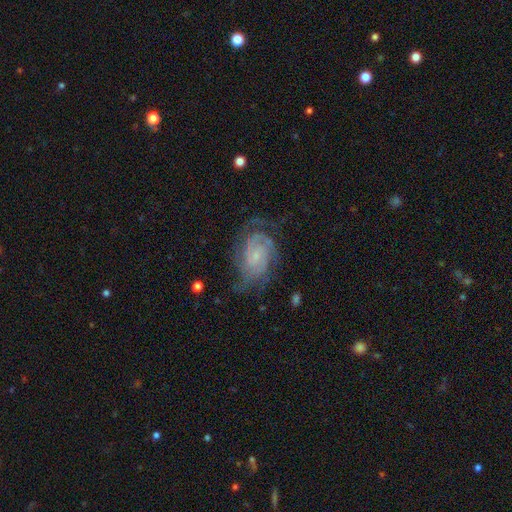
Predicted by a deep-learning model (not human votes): The model was most divided on "spiral arm count": 2: 42%, can't tell: 23%, 3: 18%, 4: 7%, 1: 6%, more than 4: 5%. More confident: edge-on disk — no (97%); spiral arms — yes (96%); smooth or featured — featured or disk (84%); bulge size — small (71%); merging — none (66%); bar — no (65%); spiral winding — tight (58%).